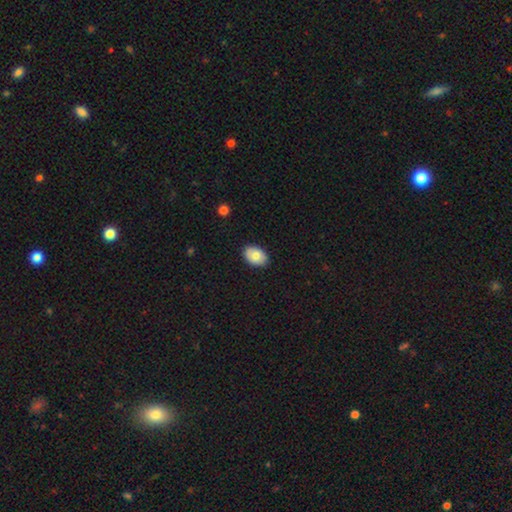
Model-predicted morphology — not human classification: Smooth or featured? smooth (75%)
How rounded? in between (83%)
Merging? none (85%)